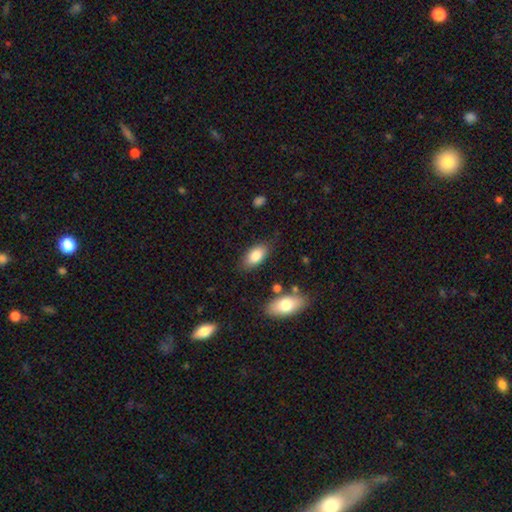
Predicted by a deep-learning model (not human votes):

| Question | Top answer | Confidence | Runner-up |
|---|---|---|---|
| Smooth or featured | smooth | 84% | featured or disk (9%) |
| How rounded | in between | 92% | cigar-shaped (4%) |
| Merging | none | 80% | minor disturbance (14%) |